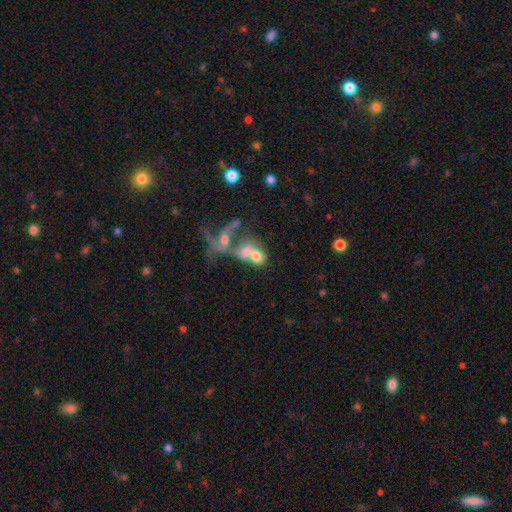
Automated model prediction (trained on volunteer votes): Smooth or featured: smooth — 48% (featured or disk — 38%)
Merging: merger — 72% (major disturbance — 12%)